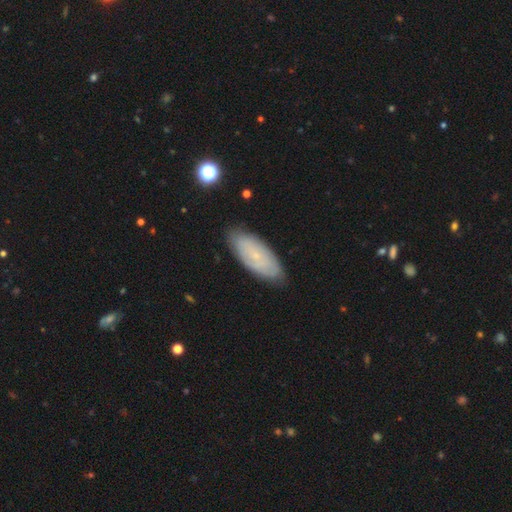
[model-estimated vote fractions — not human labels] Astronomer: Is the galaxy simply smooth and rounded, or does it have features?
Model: smooth — 48% (runner-up: featured or disk, 43%).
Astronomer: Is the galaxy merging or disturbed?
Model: none — 82%.